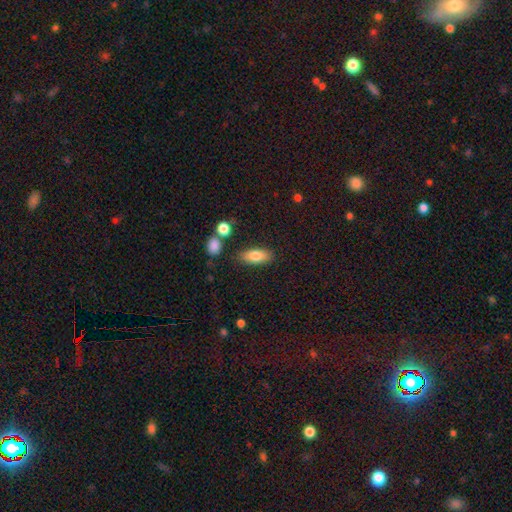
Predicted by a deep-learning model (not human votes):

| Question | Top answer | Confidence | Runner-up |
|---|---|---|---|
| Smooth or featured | smooth | 79% | featured or disk (14%) |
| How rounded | in between | 79% | cigar-shaped (18%) |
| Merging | none | 82% | minor disturbance (11%) |